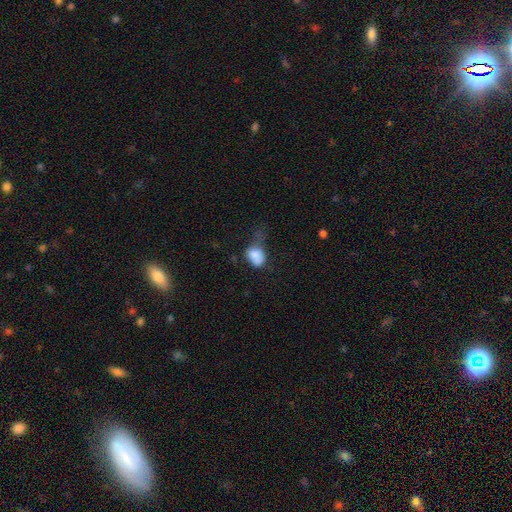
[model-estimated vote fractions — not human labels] This appears to be a smooth galaxy with no disk features (80%) that is in between round and cigar-shaped (62%). Merging: major disturbance (35%).